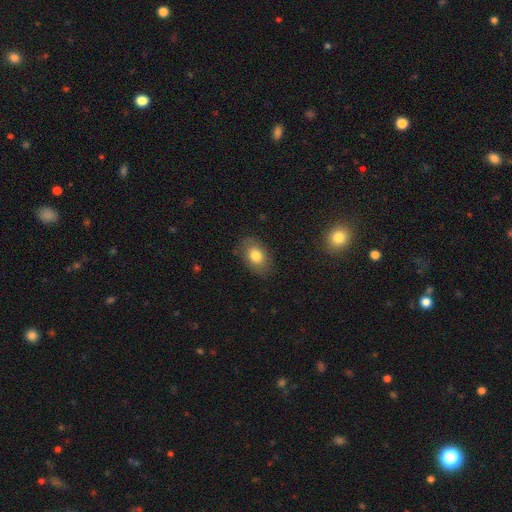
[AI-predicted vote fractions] A smooth galaxy with no disk features (78%) that is in between round and cigar-shaped (83%).

Vote fractions:
- Smooth or featured? smooth: 78% / featured or disk: 13% / star or artifact: 9%
- How rounded? in between: 83% / round: 16% / cigar-shaped: 1%
- Merging? none: 83% / minor disturbance: 13% / major disturbance: 3% / merger: 1%